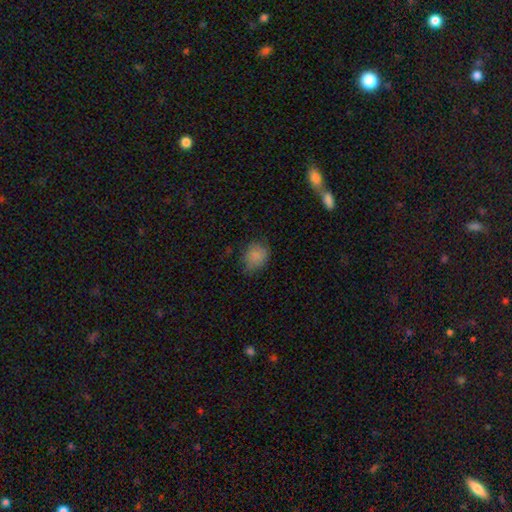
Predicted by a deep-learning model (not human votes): Smooth or featured?
  - smooth: 83% *
  - star or artifact: 10%
  - featured or disk: 7%
How rounded?
  - round: 59% *
  - in between: 40%
  - cigar-shaped: 1%
Merging?
  - none: 67% *
  - minor disturbance: 25%
  - major disturbance: 7%
  - merger: 1%